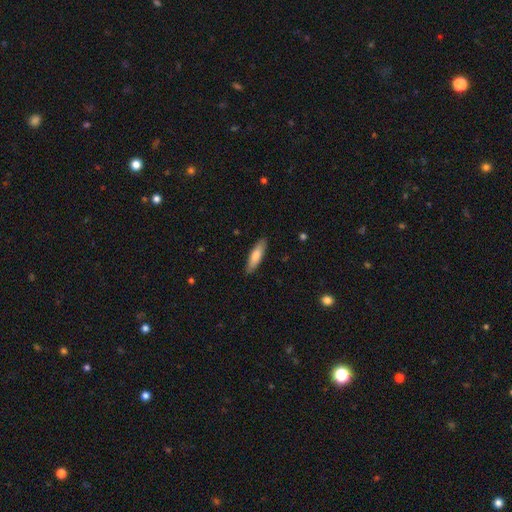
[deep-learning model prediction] Smooth or featured? Predicted: smooth (p=0.75). How rounded? Predicted: cigar-shaped (p=0.64). Merging? Predicted: none (p=0.87).